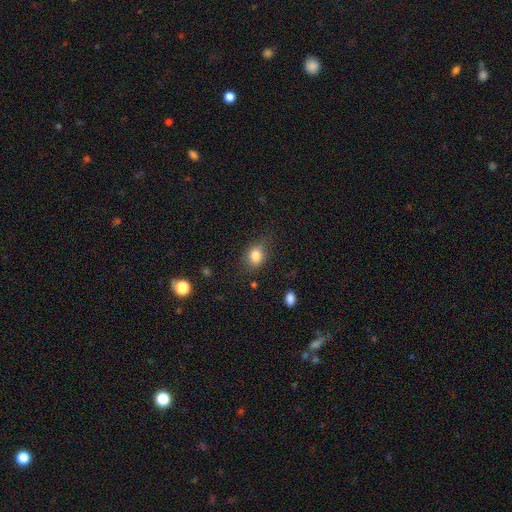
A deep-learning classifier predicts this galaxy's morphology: type=smooth (82%); roundness=in between (55%); merging=none (72%).